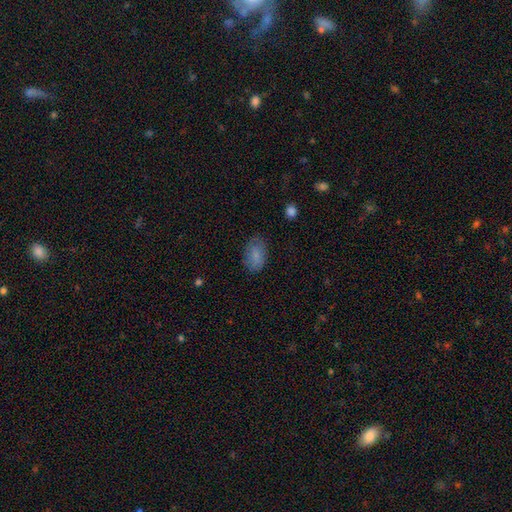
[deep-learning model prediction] The model was most divided on "merging": none: 76%, minor disturbance: 18%, major disturbance: 5%, merger: 1%. More confident: how rounded — in between (90%); smooth or featured — smooth (80%).